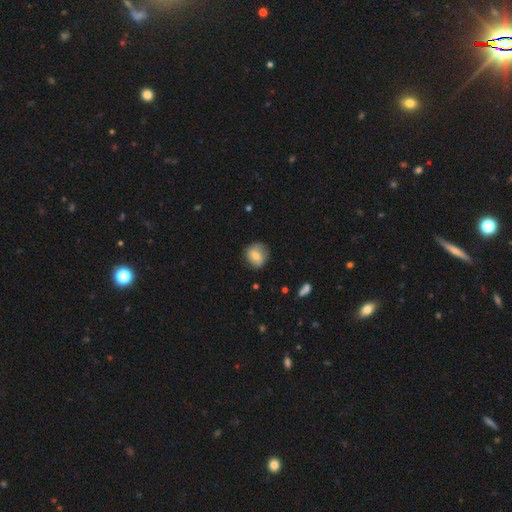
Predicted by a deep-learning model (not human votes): Smooth or featured? Predicted: smooth (p=0.69). How rounded? Predicted: round (p=0.79). Merging? Predicted: none (p=0.78).